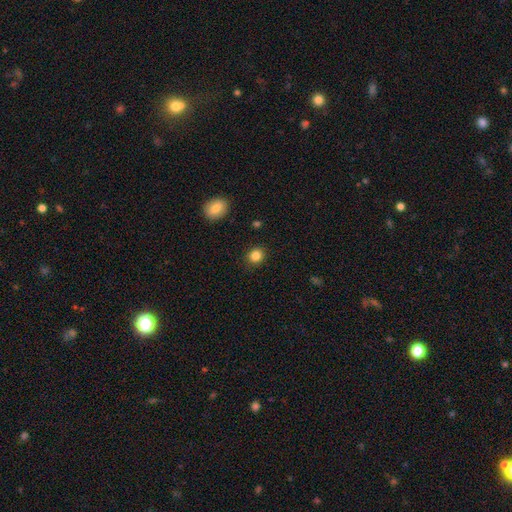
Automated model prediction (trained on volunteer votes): Smooth or featured? smooth (84%)
How rounded? round (81%)
Merging? none (90%)